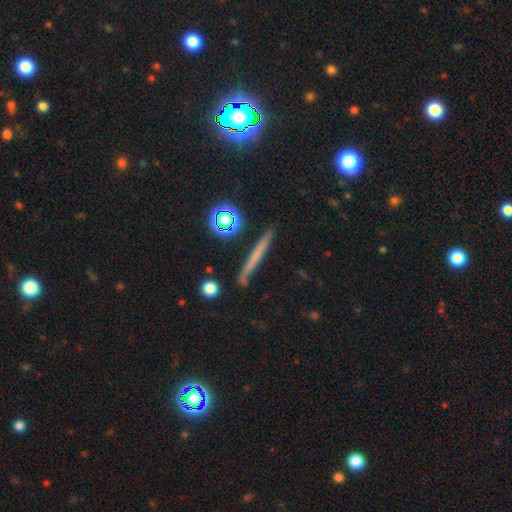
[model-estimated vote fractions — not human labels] This appears to be a smooth galaxy with no disk features (49%). Merging: none (86%).